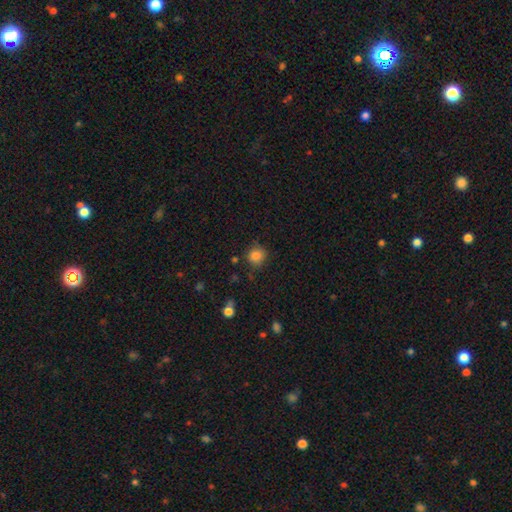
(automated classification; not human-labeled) Smooth or featured?
  - smooth: 84% *
  - star or artifact: 11%
  - featured or disk: 5%
How rounded?
  - round: 87% *
  - in between: 12%
  - cigar-shaped: 1%
Merging?
  - none: 78% *
  - minor disturbance: 15%
  - major disturbance: 4%
  - merger: 3%